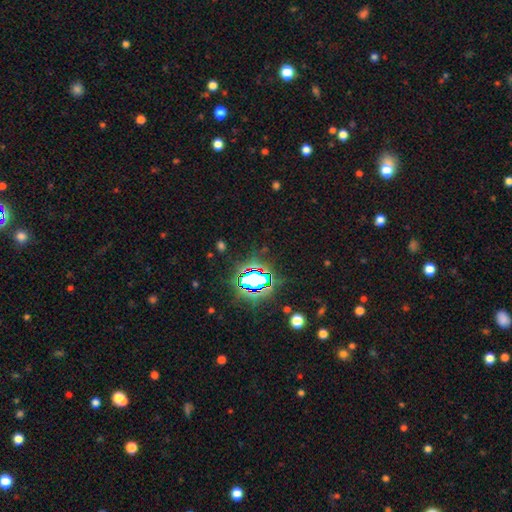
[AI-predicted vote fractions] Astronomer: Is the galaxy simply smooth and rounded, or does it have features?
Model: star or artifact — 82%.